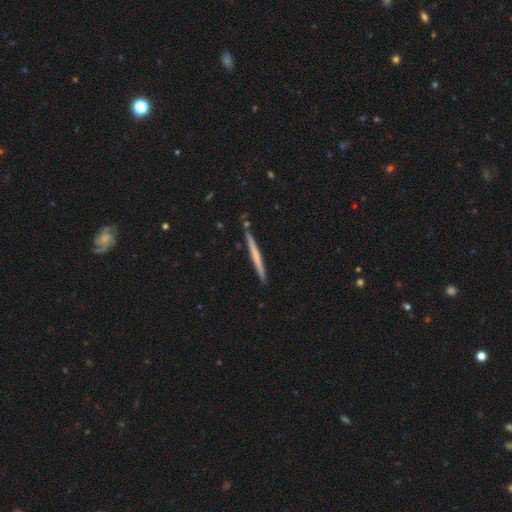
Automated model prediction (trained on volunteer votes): Morphology: type=smooth (50%); merging=none (90%).